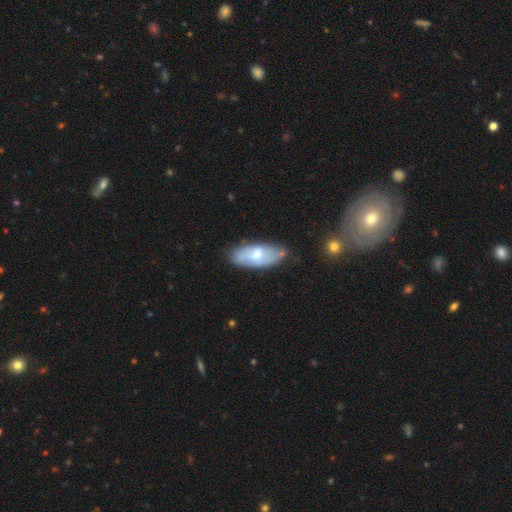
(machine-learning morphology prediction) Smooth or featured?
  - smooth: 54% *
  - featured or disk: 39%
  - star or artifact: 6%
How rounded?
  - in between: 81% *
  - cigar-shaped: 17%
  - round: 2%
Merging?
  - none: 66% *
  - minor disturbance: 24%
  - major disturbance: 6%
  - merger: 4%